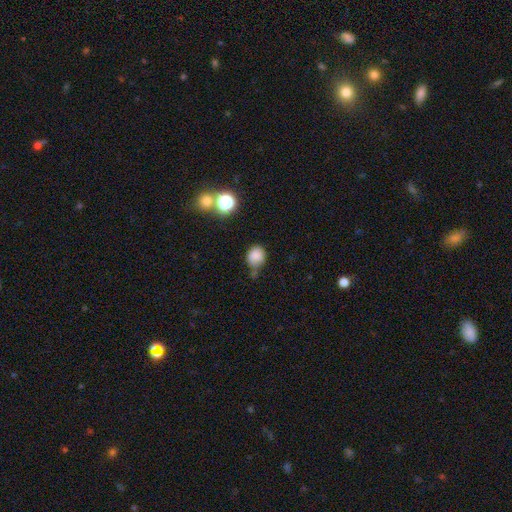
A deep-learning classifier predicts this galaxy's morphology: This appears to be a smooth galaxy with no disk features (82%) that is round (70%). Merging: none (48%).